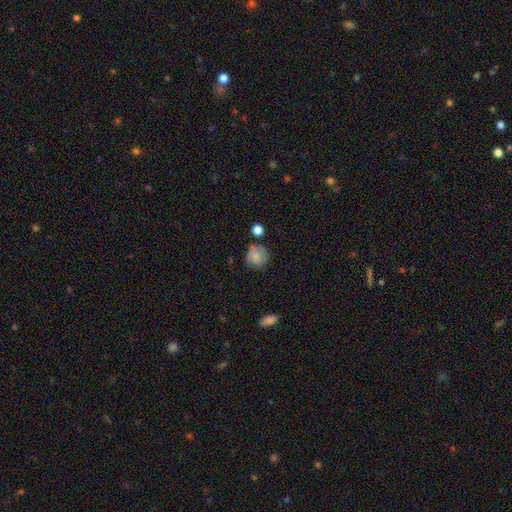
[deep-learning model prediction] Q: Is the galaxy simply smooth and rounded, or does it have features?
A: smooth — 78%.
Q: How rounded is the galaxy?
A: round — 86%.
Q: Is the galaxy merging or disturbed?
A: none — 68%.